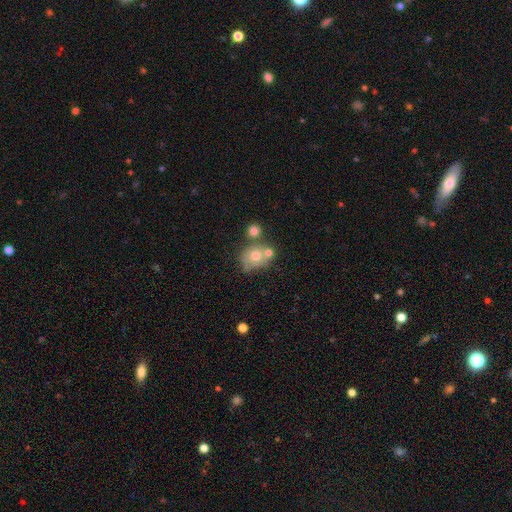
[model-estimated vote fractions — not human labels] Smooth or featured? Predicted: smooth (p=0.68). How rounded? Predicted: round (p=0.63). Merging? Predicted: none (p=0.42).